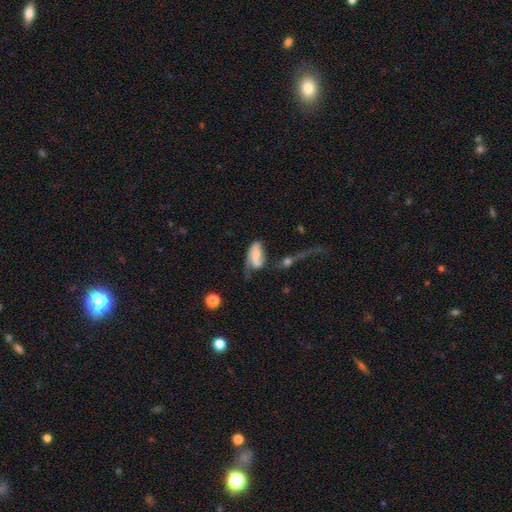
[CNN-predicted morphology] smooth-or-featured: featured or disk: 51% | smooth: 40% | star or artifact: 8%
  disk-edge-on: no: 92% | yes: 8%
  merging: major disturbance: 36% | merger: 23% | none: 22% | minor disturbance: 19%